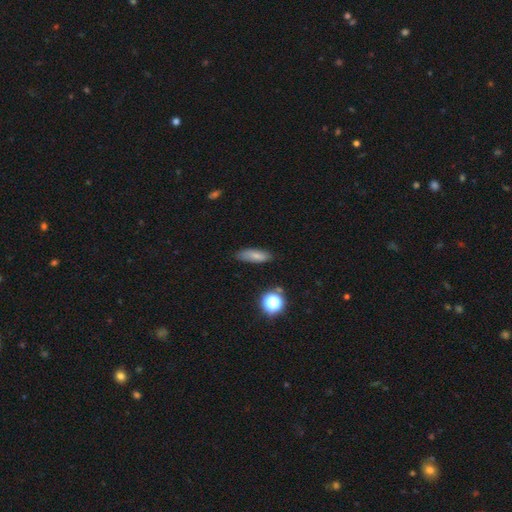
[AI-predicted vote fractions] Morphology: type=smooth (75%); roundness=in between (58%); merging=none (78%).